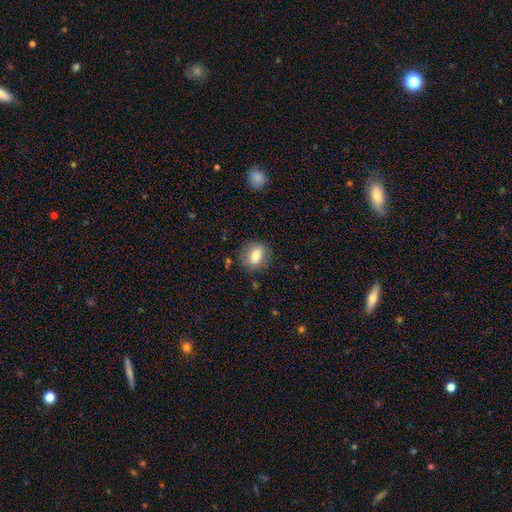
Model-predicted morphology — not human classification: Q: Smooth or featured?
A: smooth (73%); runner-up: featured or disk (19%)
Q: How rounded?
A: in between (49%); runner-up: round (48%)
Q: Merging?
A: none (78%); runner-up: minor disturbance (16%)